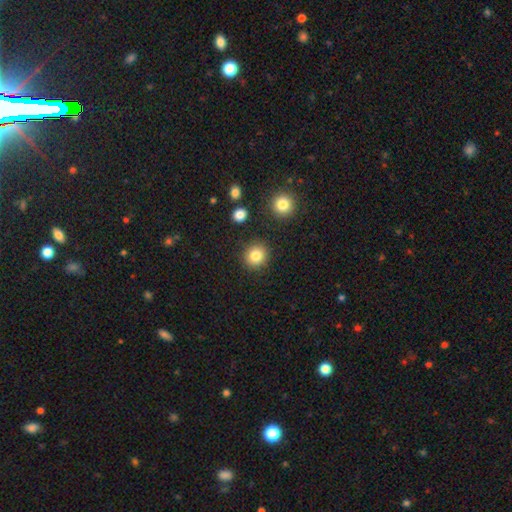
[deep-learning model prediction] Smooth or featured? Predicted: smooth (p=0.84). How rounded? Predicted: round (p=0.89). Merging? Predicted: none (p=0.88).